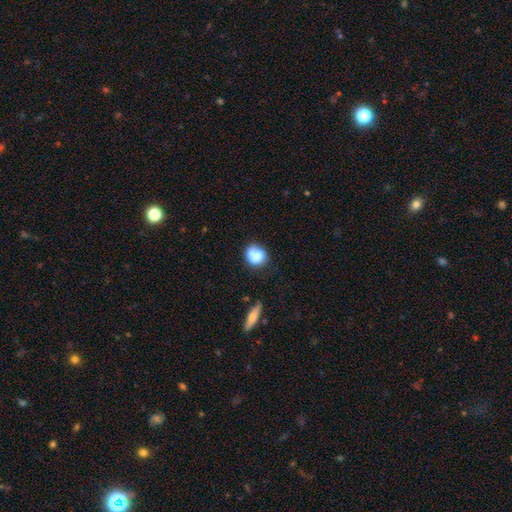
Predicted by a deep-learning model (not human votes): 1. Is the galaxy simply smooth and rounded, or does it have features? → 73% smooth, 19% featured or disk, 9% star or artifact.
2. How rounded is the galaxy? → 66% round, 33% in between, 1% cigar-shaped.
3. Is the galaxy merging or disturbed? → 38% none (tied), 38% merger (tied), 17% minor disturbance, 8% major disturbance.